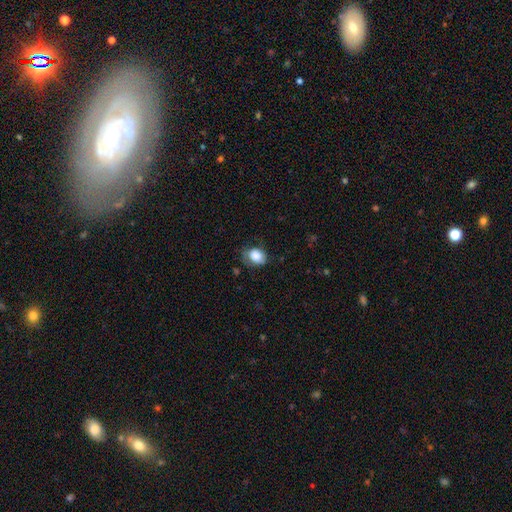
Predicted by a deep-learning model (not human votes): The model was most divided on "how rounded": in between: 55%, round: 44%, cigar-shaped: 1%. More confident: smooth or featured — smooth (84%); merging — none (59%).